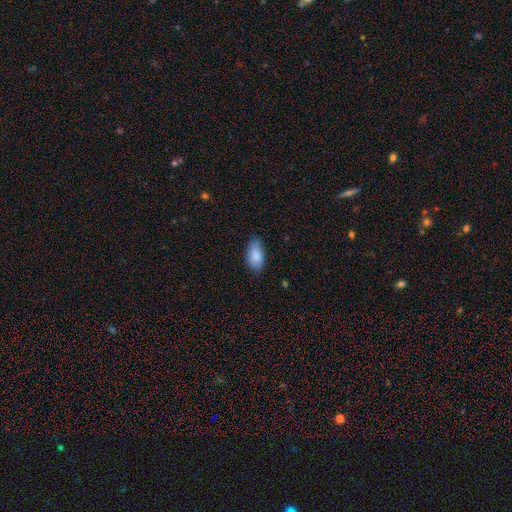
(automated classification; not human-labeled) This appears to be a smooth galaxy with no disk features (87%) that is in between round and cigar-shaped (93%). Merging: none (80%).